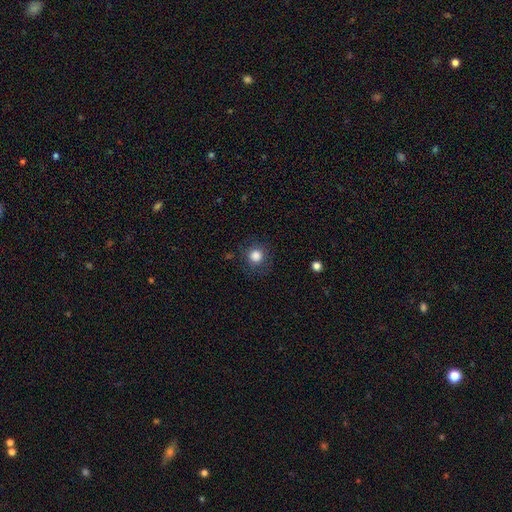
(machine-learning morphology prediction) A smooth galaxy with no disk features (84%) that is round (91%).

Vote fractions:
- Smooth or featured? smooth: 84% / star or artifact: 11% / featured or disk: 5%
- How rounded? round: 91% / in between: 8% / cigar-shaped: 1%
- Merging? none: 83% / minor disturbance: 11% / major disturbance: 5% / merger: 1%